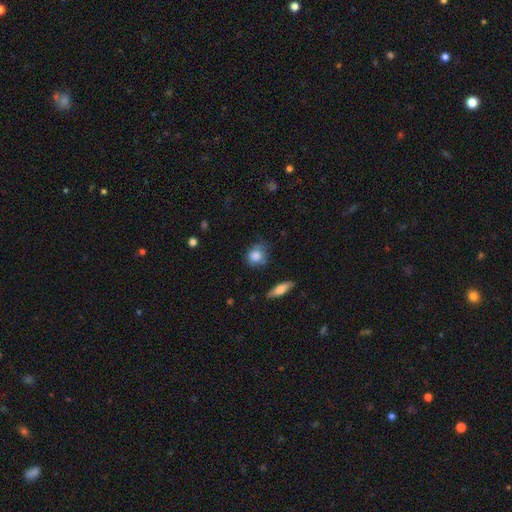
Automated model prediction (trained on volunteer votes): Smooth or featured? smooth (81%)
How rounded? round (74%)
Merging? none (61%)